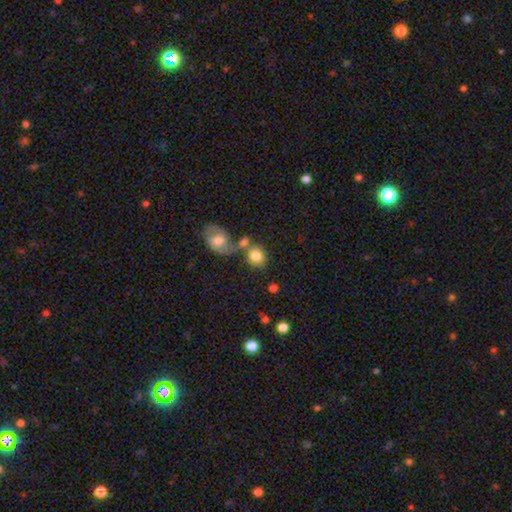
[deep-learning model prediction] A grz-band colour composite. It shows a smooth galaxy with no disk features (80%) that is round (66%). Merging: merger (42%).